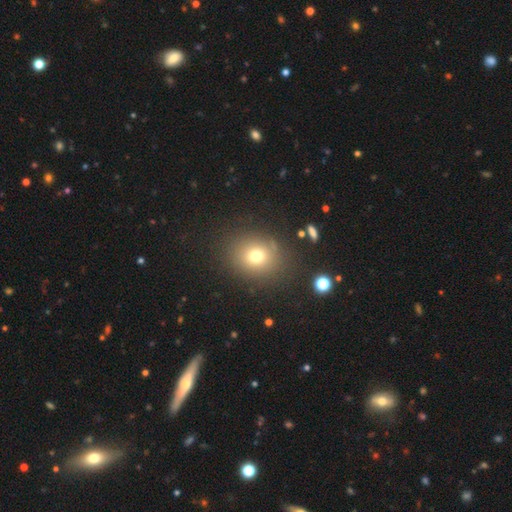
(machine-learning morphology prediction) A smooth galaxy with no disk features (72%) that is round (73%).

Vote fractions:
- Smooth or featured? smooth: 72% / star or artifact: 17% / featured or disk: 11%
- How rounded? round: 73% / in between: 26% / cigar-shaped: 1%
- Merging? none: 83% / minor disturbance: 10% / major disturbance: 5% / merger: 2%